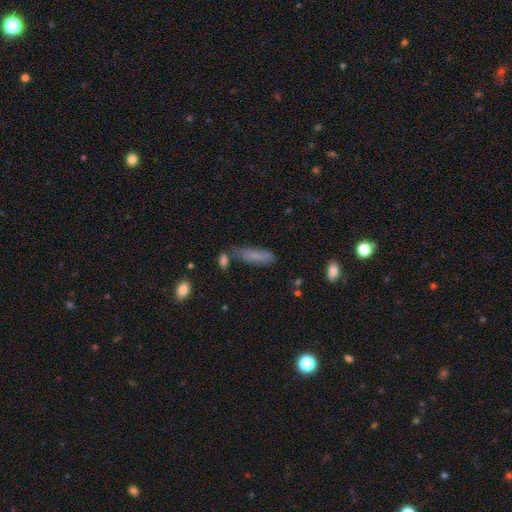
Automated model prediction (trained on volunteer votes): Smooth or featured? Predicted: smooth (p=0.73). How rounded? Predicted: cigar-shaped (p=0.57). Merging? Predicted: none (p=0.64).